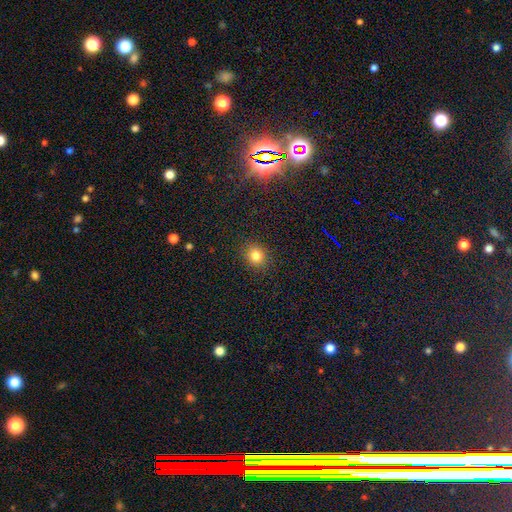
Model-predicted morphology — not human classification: smooth_or_featured: smooth (p=0.82) [alt: star or artifact p=0.13]
how_rounded: round (p=0.80) [alt: in between p=0.19]
merging: none (p=0.90) [alt: minor disturbance p=0.07]